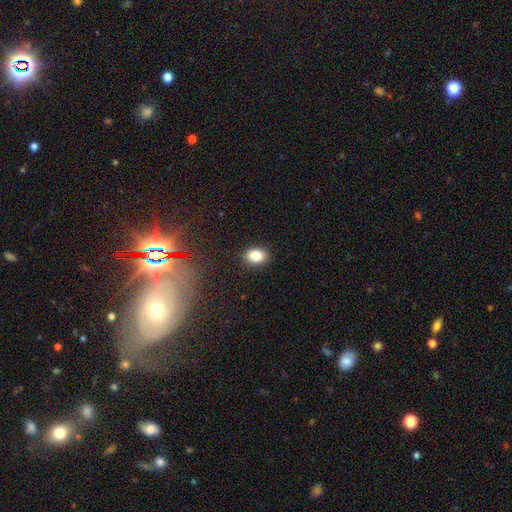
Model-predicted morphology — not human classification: Overall: smooth (84%). How rounded: in between (69%; round 30%). Merging: none (88%).